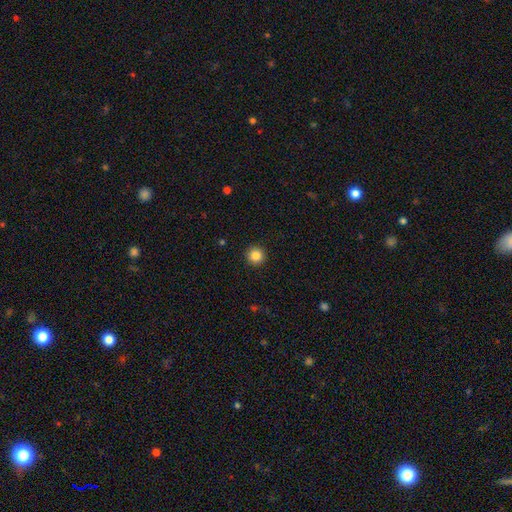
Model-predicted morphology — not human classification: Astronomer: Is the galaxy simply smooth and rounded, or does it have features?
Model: smooth — 85%.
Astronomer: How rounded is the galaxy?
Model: round — 96%.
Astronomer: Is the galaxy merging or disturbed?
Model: none — 93%.